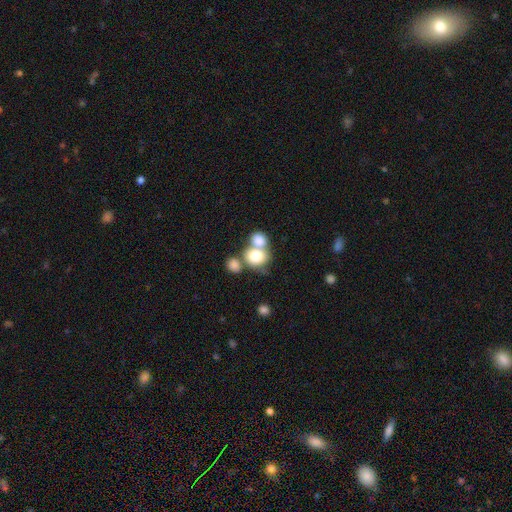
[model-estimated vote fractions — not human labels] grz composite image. It shows a smooth galaxy with no disk features (77%) that is round (59%). Merging: merger (60%).